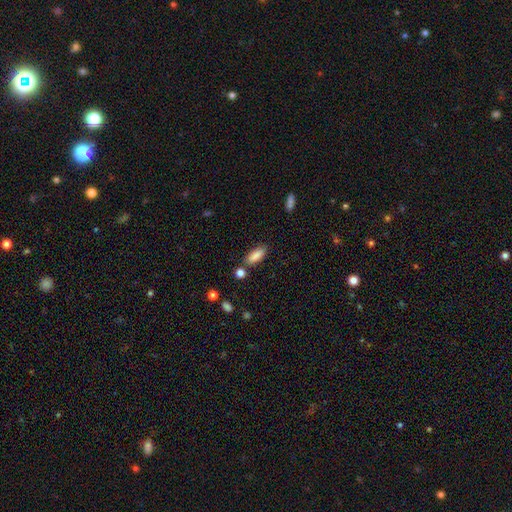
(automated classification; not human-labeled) A smooth galaxy with no disk features (87%) that is in between round and cigar-shaped (74%). Merging: none (77%).